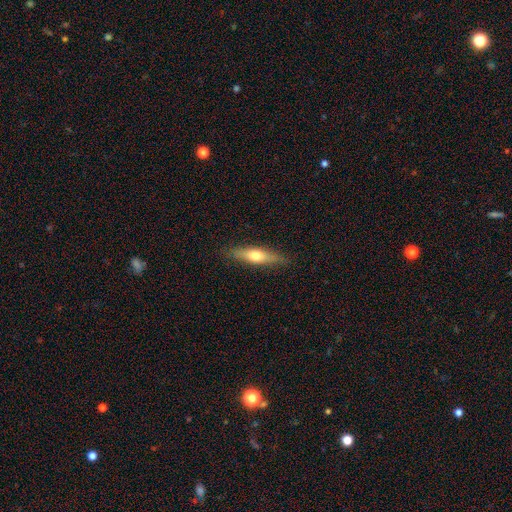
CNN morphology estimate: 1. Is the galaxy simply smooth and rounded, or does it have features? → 57% smooth, 37% featured or disk, 6% star or artifact.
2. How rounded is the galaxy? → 65% cigar-shaped, 32% in between, 2% round.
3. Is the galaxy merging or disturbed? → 85% none, 11% minor disturbance, 2% major disturbance, 1% merger.